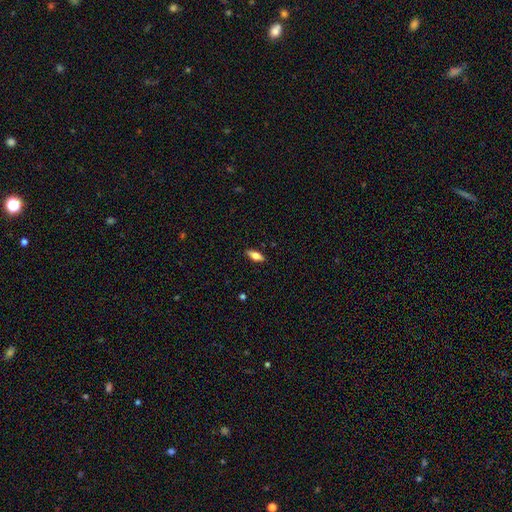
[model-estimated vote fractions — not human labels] The model was most divided on "smooth or featured": smooth: 68%, featured or disk: 25%, star or artifact: 7%. More confident: merging — none (88%); how rounded — in between (74%).